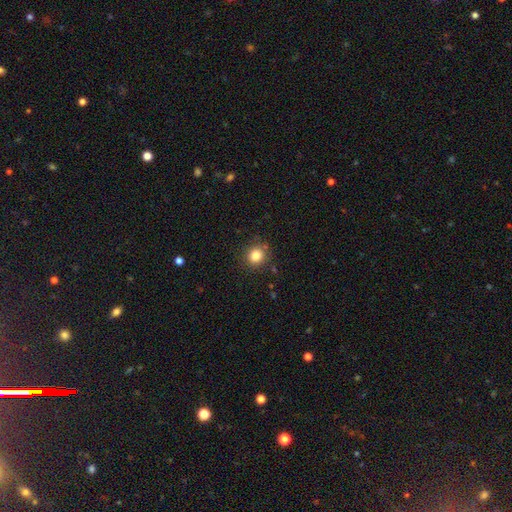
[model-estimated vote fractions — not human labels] Q: Smooth or featured?
A: smooth (82%); runner-up: star or artifact (12%)
Q: How rounded?
A: round (89%); runner-up: in between (10%)
Q: Merging?
A: none (86%); runner-up: minor disturbance (9%)